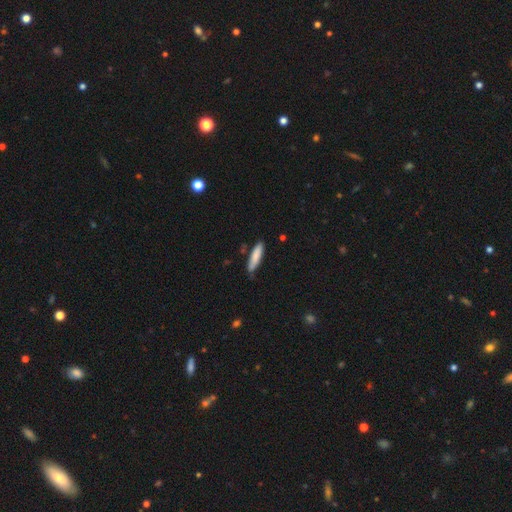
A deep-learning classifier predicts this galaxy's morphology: Smooth or featured? Predicted: smooth (p=0.83). How rounded? Predicted: cigar-shaped (p=0.77). Merging? Predicted: none (p=0.74).